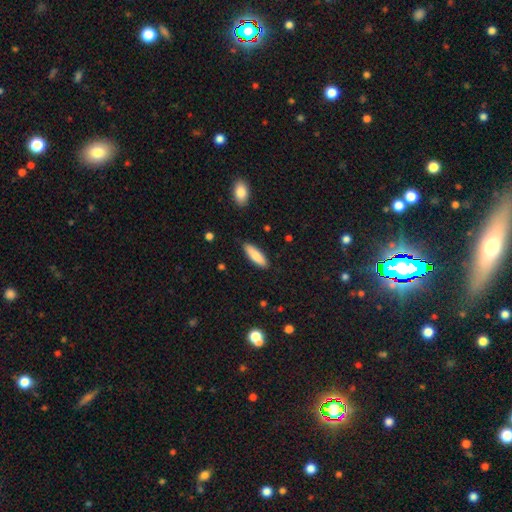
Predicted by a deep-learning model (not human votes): Smooth or featured: smooth — 84% (featured or disk — 11%)
How rounded: cigar-shaped — 53% (in between — 46%)
Merging: none — 88% (minor disturbance — 9%)